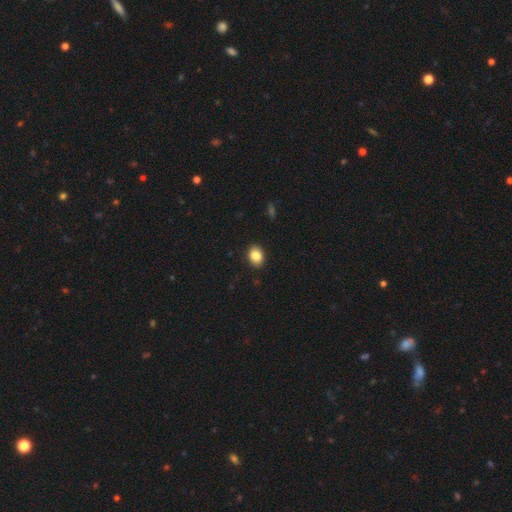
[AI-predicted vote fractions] This is clearly a smooth galaxy (87%). How rounded: likely in between (63%). Merging: clearly none (90%).